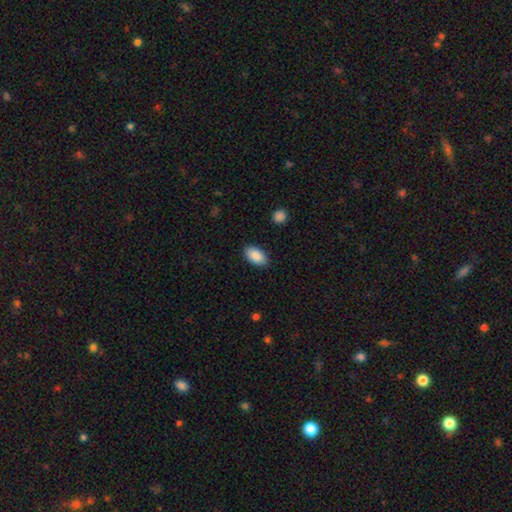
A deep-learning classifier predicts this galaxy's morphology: This appears to be a smooth galaxy with no disk features (89%) that is in between round and cigar-shaped (95%). Merging: none (88%).